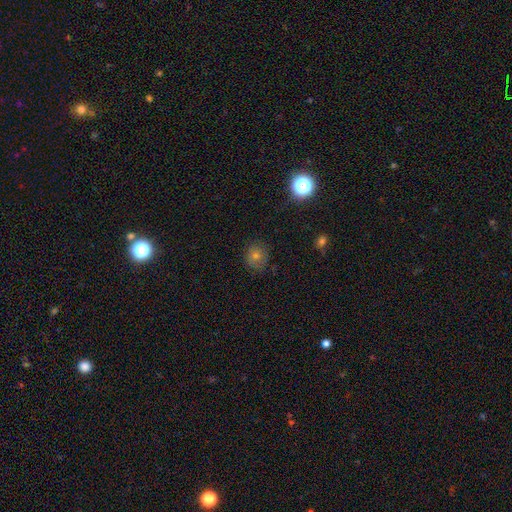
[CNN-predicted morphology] This is likely a smooth galaxy (62%). How rounded: clearly round (83%). Merging: clearly none (82%).